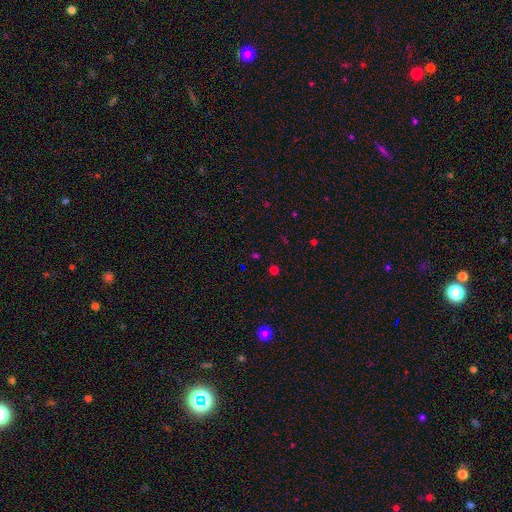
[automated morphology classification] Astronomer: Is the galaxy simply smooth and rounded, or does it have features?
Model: star or artifact — 51% (runner-up: smooth, 43%).